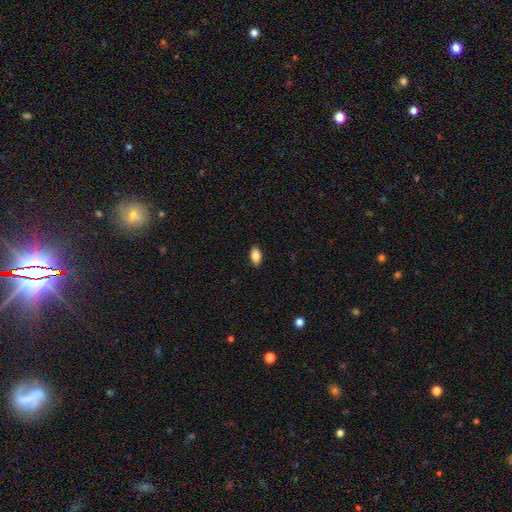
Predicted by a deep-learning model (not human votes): Smooth or featured: smooth — 86% (star or artifact — 8%)
How rounded: in between — 92% (round — 5%)
Merging: none — 89% (minor disturbance — 8%)